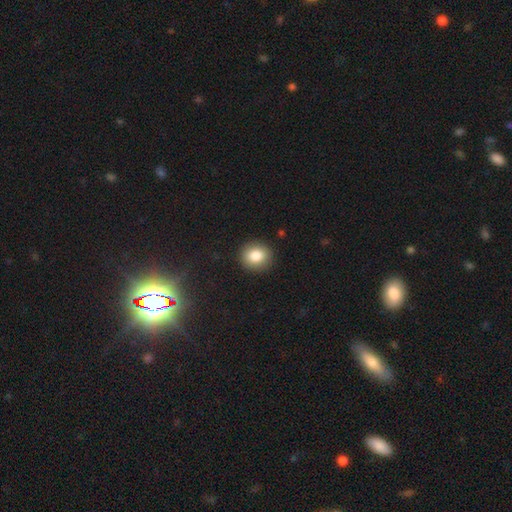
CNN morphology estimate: This is clearly a smooth galaxy (83%). How rounded: clearly round (82%). Merging: clearly none (90%).